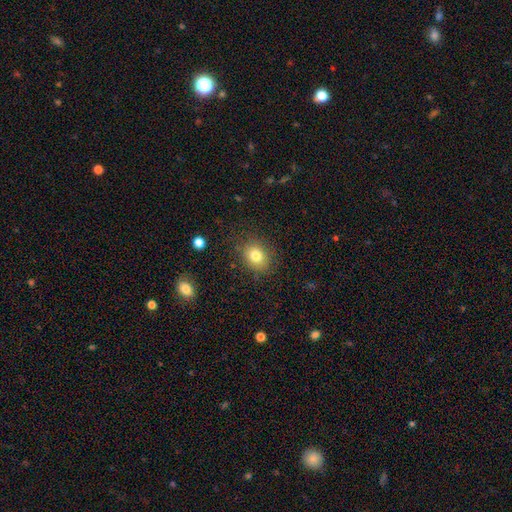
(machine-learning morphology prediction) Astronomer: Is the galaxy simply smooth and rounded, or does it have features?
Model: smooth — 79%.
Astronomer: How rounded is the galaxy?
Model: round — 62% (runner-up: in between, 37%).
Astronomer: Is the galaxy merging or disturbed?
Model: none — 83%.